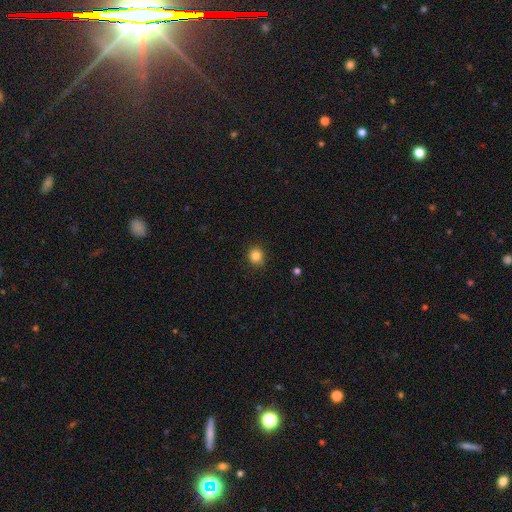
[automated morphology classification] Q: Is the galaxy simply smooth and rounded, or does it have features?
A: smooth — 84%.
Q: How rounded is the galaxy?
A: round — 87%.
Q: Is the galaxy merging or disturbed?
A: none — 90%.